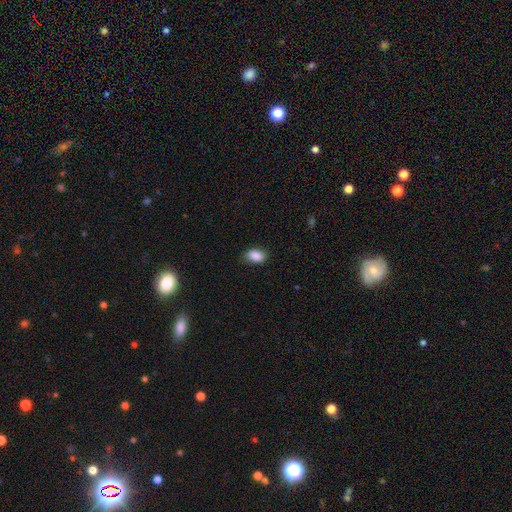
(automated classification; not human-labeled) Q: Smooth or featured?
A: smooth (89%); runner-up: star or artifact (8%)
Q: How rounded?
A: in between (85%); runner-up: round (13%)
Q: Merging?
A: none (82%); runner-up: minor disturbance (14%)